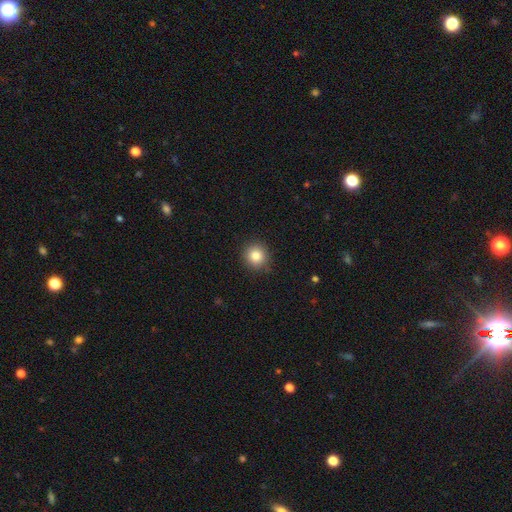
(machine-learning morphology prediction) This is clearly a smooth galaxy (83%). How rounded: clearly round (91%). Merging: clearly none (89%).